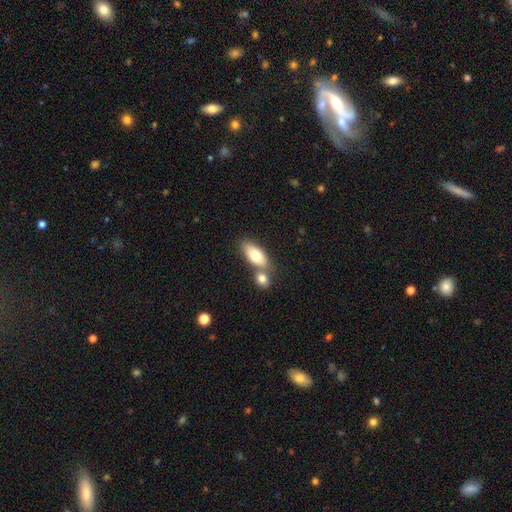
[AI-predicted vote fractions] smooth 75%, featured or disk 19%, star or artifact 6%. Down the decision tree: how rounded — in between (83%); merging — none (45%).